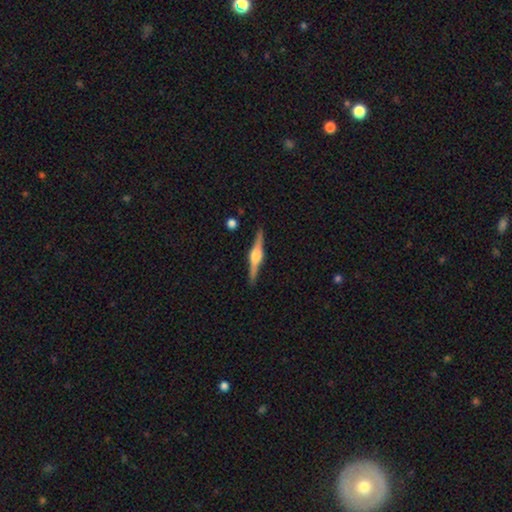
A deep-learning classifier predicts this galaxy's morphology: Smooth or featured?
  - featured or disk: 83% *
  - smooth: 12%
  - star or artifact: 5%
Edge-on disk?
  - yes: 98% *
  - no: 2%
Edge-on bulge?
  - rounded: 91% *
  - boxy: 8%
  - none: 2%
Merging?
  - none: 91% *
  - minor disturbance: 7%
  - major disturbance: 1%
  - merger: 1%